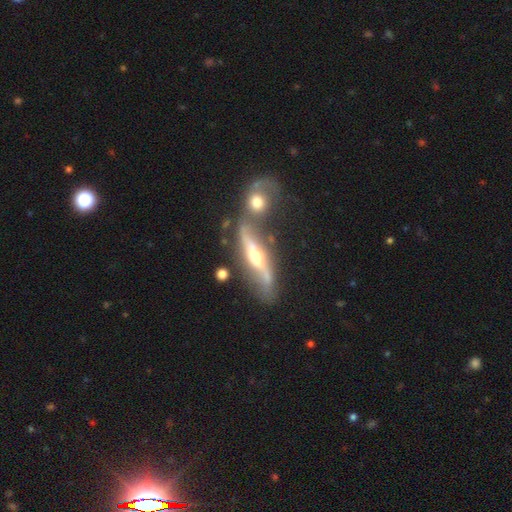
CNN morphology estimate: A featured or disk galaxy (78%) viewed edge-on (64%).

Vote fractions:
- Smooth or featured? featured or disk: 78% / smooth: 16% / star or artifact: 6%
- Edge-on disk? yes: 64% / no: 36%
- Merging? none: 48% / merger: 28% / minor disturbance: 16% / major disturbance: 8%